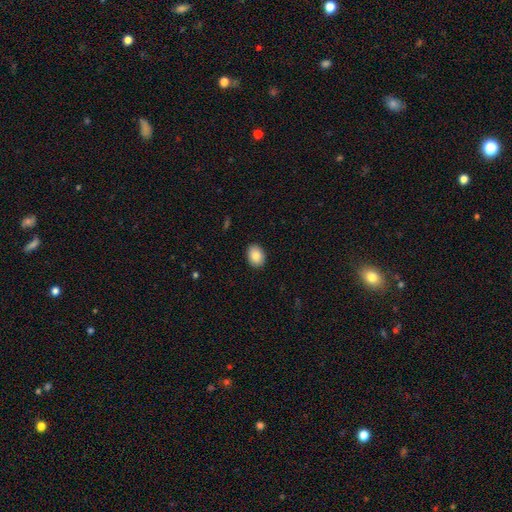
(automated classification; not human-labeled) Smooth or featured? smooth (86%)
How rounded? in between (70%)
Merging? none (90%)